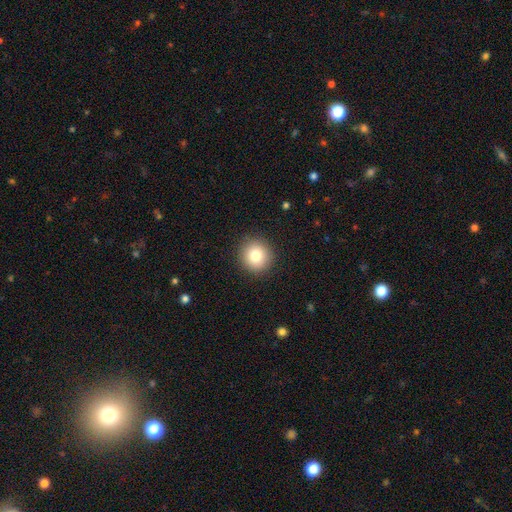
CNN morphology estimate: smooth-or-featured: smooth: 81% | star or artifact: 10% | featured or disk: 10%
  how-rounded: round: 93% | in between: 6% | cigar-shaped: 1%
  merging: none: 91% | minor disturbance: 6% | major disturbance: 2% | merger: 1%